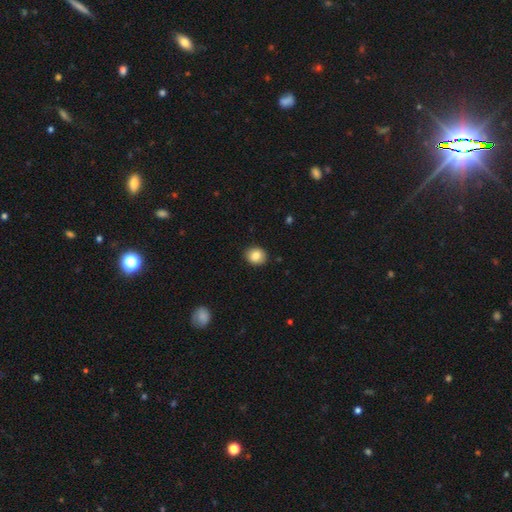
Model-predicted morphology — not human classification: smooth-or-featured: smooth: 85% | star or artifact: 8% | featured or disk: 7%
  how-rounded: round: 70% | in between: 29% | cigar-shaped: 1%
  merging: none: 89% | minor disturbance: 8% | major disturbance: 2% | merger: 1%